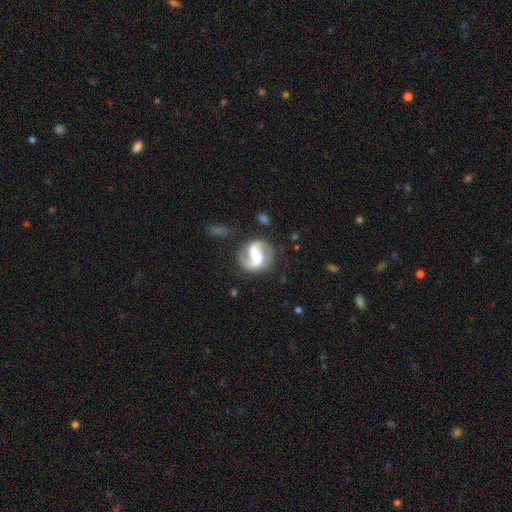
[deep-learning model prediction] Smooth or featured?
  - featured or disk: 85% *
  - smooth: 9%
  - star or artifact: 5%
Edge-on disk?
  - no: 98% *
  - yes: 2%
Bar?
  - strong: 41% *
  - weak: 39%
  - no: 20%
Spiral arms?
  - yes: 96% *
  - no: 4%
Spiral winding?
  - medium: 48% *
  - loose: 36%
  - tight: 16%
Spiral arm count?
  - 2: 89% *
  - 1: 5%
  - can't tell: 2%
  - 3: 1%
  - 4: 1%
  - more than 4: 1%
Bulge size?
  - moderate: 33% *
  - small: 25%
  - large: 20%
  - none: 18%
  - dominant: 4%
Merging?
  - none: 74% *
  - minor disturbance: 15%
  - major disturbance: 8%
  - merger: 3%